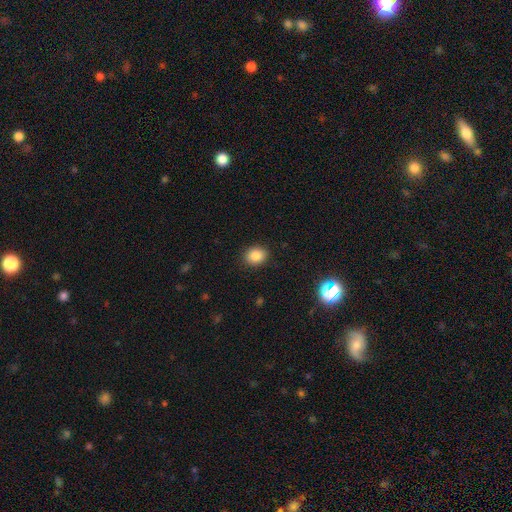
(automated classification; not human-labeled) Smooth or featured? smooth (85%)
How rounded? round (54%)
Merging? none (89%)